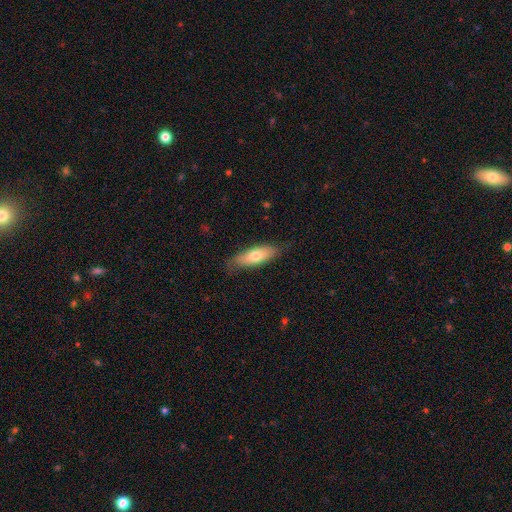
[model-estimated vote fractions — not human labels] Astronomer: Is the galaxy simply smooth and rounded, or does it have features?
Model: smooth — 68%.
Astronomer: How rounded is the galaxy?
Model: in between — 59% (runner-up: cigar-shaped, 39%).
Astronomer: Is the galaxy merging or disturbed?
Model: none — 78%.